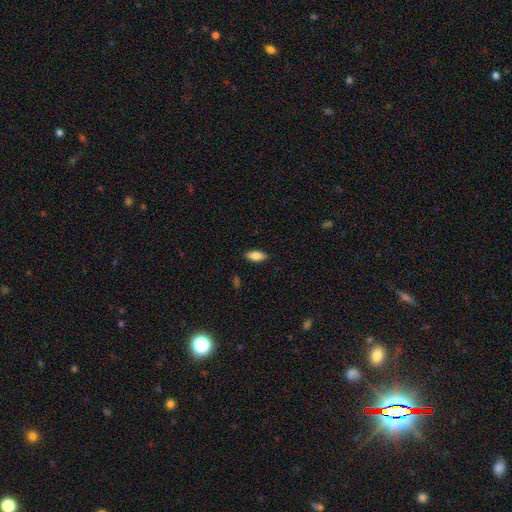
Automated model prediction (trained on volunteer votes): The model was most divided on "smooth or featured": smooth: 81%, featured or disk: 12%, star or artifact: 7%. More confident: merging — none (87%); how rounded — in between (85%).